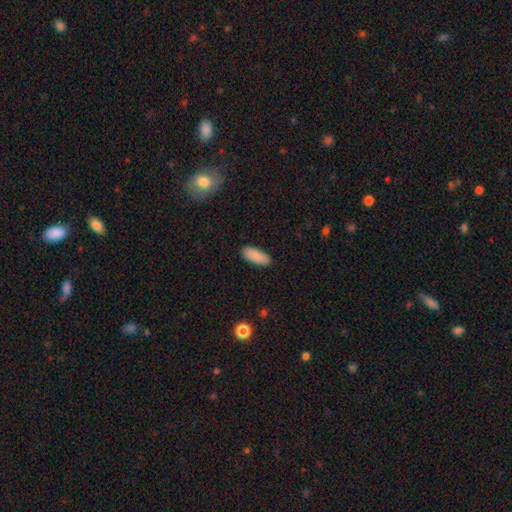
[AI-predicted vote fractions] This is clearly a smooth galaxy (90%). How rounded: clearly in between (80%). Merging: clearly none (90%).